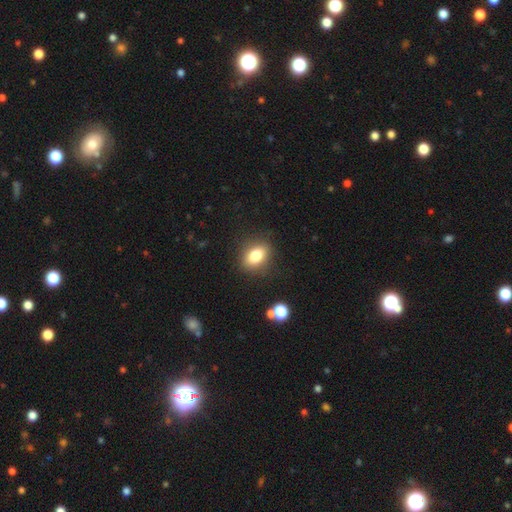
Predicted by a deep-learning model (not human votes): A smooth galaxy with no disk features (80%) that is in between round and cigar-shaped (74%).

Vote fractions:
- Smooth or featured? smooth: 80% / star or artifact: 10% / featured or disk: 10%
- How rounded? in between: 74% / round: 24% / cigar-shaped: 2%
- Merging? none: 86% / minor disturbance: 10% / major disturbance: 3% / merger: 2%